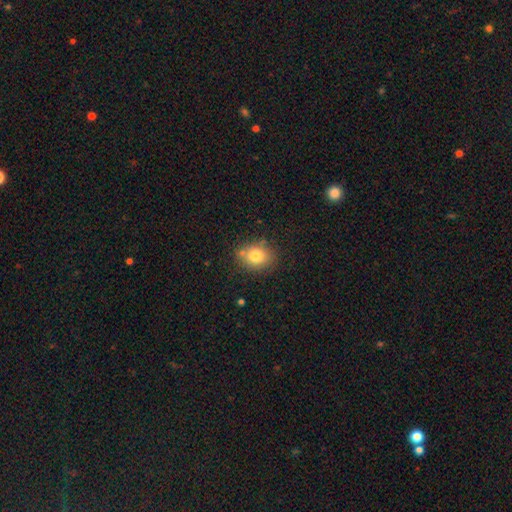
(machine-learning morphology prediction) This appears to be a smooth galaxy with no disk features (78%) that is round (55%). Merging: none (76%).